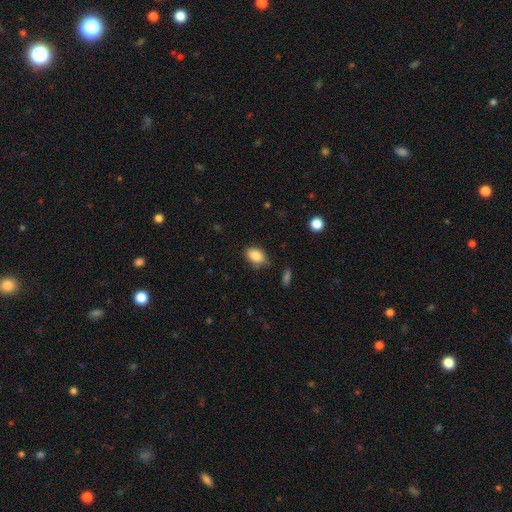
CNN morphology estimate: Q: Smooth or featured?
A: smooth (87%); runner-up: star or artifact (8%)
Q: How rounded?
A: in between (80%); runner-up: round (19%)
Q: Merging?
A: none (72%); runner-up: minor disturbance (22%)